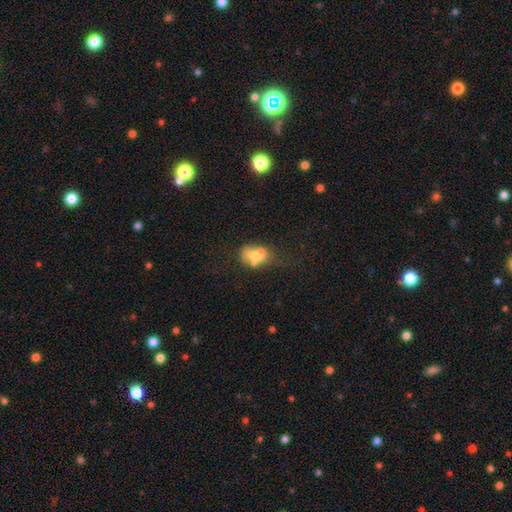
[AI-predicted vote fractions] smooth_or_featured: smooth (p=0.62) [alt: featured or disk p=0.27]
how_rounded: in between (p=0.75) [alt: round p=0.22]
merging: merger (p=0.35) [alt: none p=0.32]